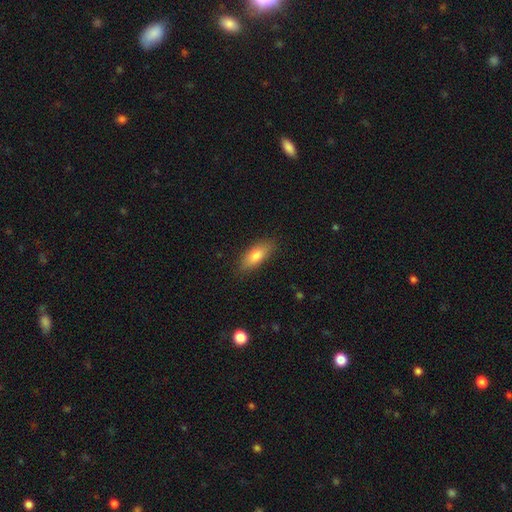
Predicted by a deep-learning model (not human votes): This is likely a smooth galaxy (79%). How rounded: likely in between (73%). Merging: clearly none (84%).